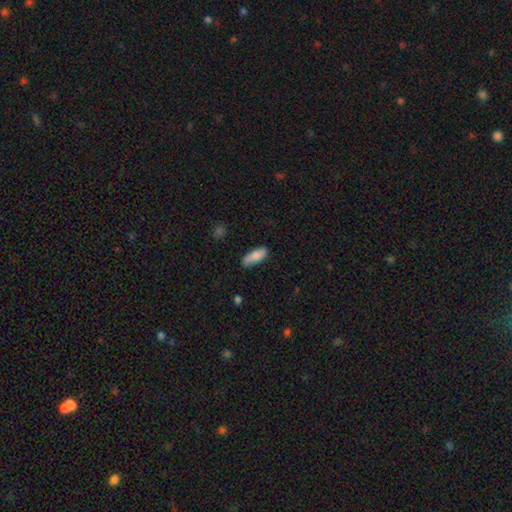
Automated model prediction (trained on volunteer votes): smooth-or-featured: smooth: 84% | featured or disk: 10% | star or artifact: 6%
  how-rounded: in between: 67% | cigar-shaped: 31% | round: 2%
  merging: none: 74% | minor disturbance: 20% | major disturbance: 3% | merger: 2%